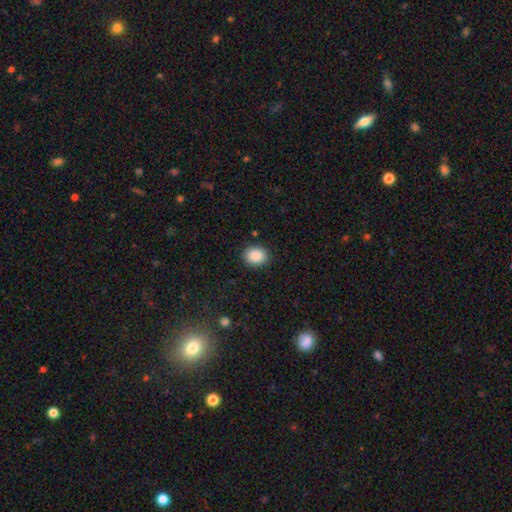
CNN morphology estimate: The model was most divided on "how rounded": in between: 57%, round: 42%, cigar-shaped: 1%. More confident: smooth or featured — smooth (89%); merging — none (88%).